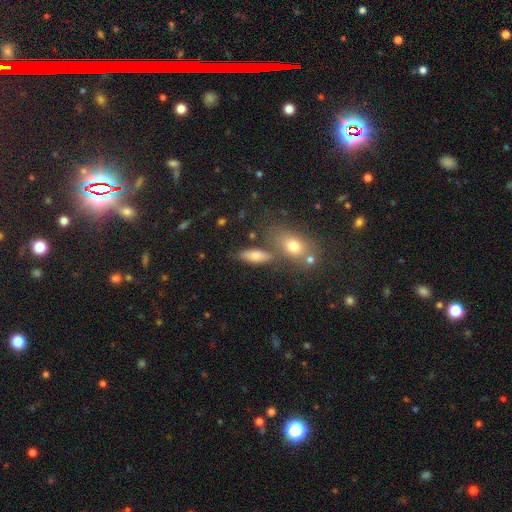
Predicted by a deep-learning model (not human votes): smooth 74%, featured or disk 17%, star or artifact 10%. Down the decision tree: how rounded — in between (70%); merging — none (62%).